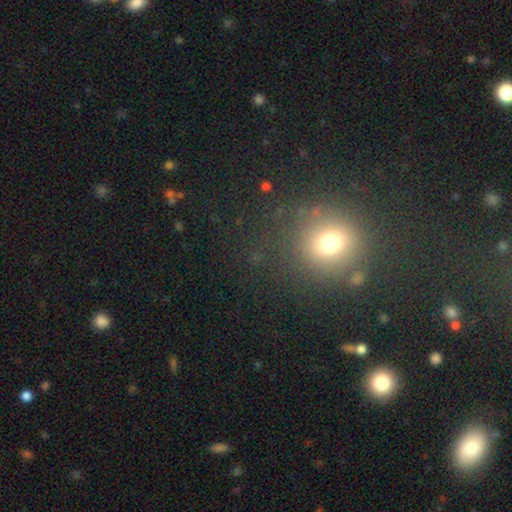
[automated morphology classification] Overall: smooth (61%; star or artifact 29%). How rounded: round (81%). Merging: none (83%).